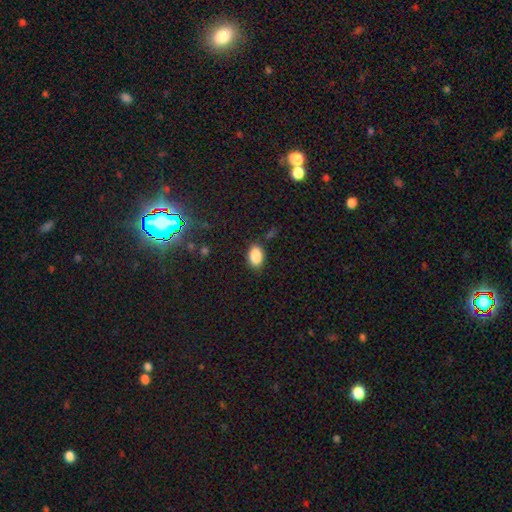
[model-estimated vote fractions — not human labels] A smooth galaxy with no disk features (88%) that is in between round and cigar-shaped (88%). Merging: none (84%).